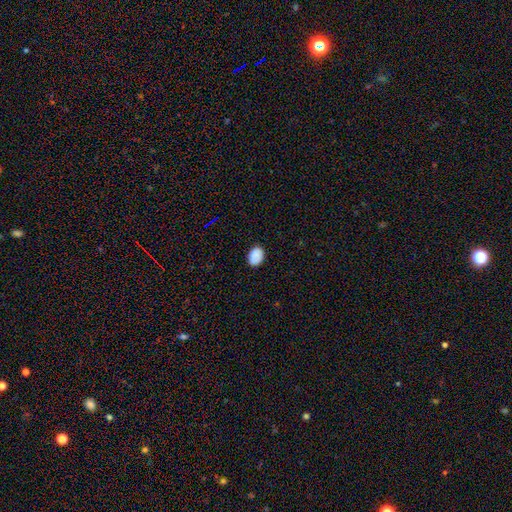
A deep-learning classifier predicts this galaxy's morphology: The model was most divided on "how rounded": in between: 75%, round: 24%, cigar-shaped: 1%. More confident: smooth or featured — smooth (87%); merging — none (86%).